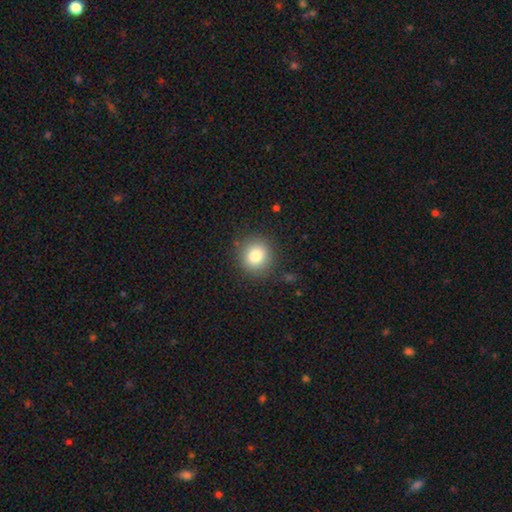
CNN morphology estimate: Smooth or featured? Predicted: smooth (p=0.81). How rounded? Predicted: round (p=0.90). Merging? Predicted: none (p=0.87).